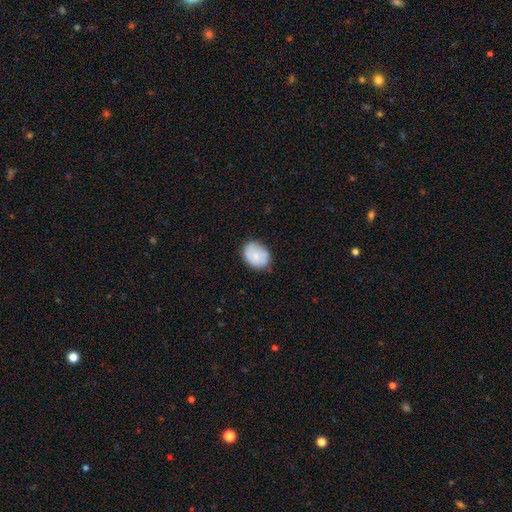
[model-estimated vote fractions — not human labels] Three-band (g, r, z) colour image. It shows a smooth galaxy with no disk features (72%) that is in between round and cigar-shaped (66%). Merging: none (71%).